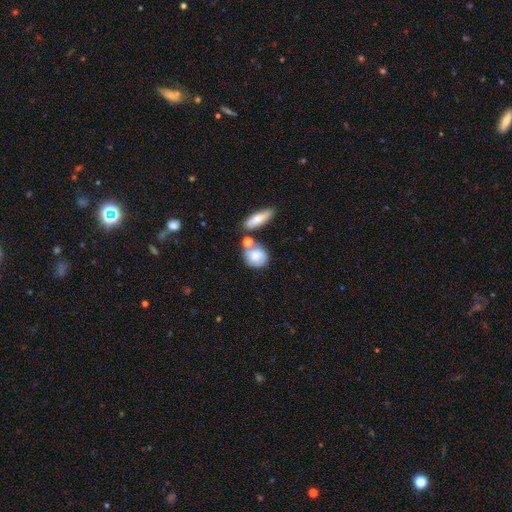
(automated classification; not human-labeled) Overall: smooth (77%). How rounded: round (63%; in between 34%). Merging: none (53%; merger 26%).